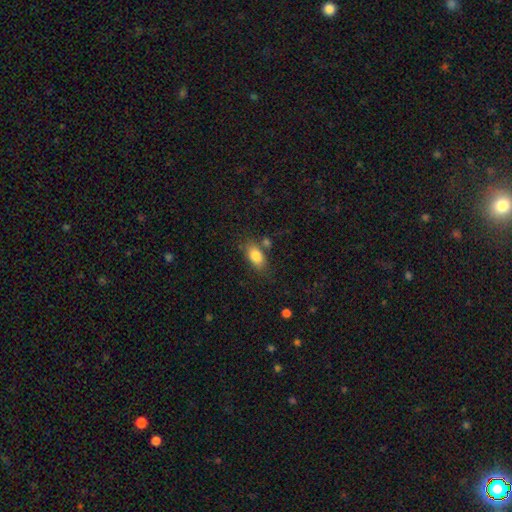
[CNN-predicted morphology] This is clearly a smooth galaxy (82%). How rounded: clearly in between (88%). Merging: likely none (69%).